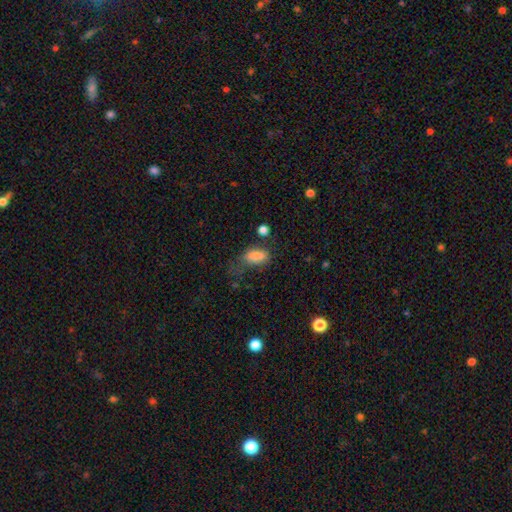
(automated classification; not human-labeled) Smooth or featured: smooth — 81% (star or artifact — 10%)
How rounded: in between — 86% (cigar-shaped — 8%)
Merging: none — 33% (minor disturbance — 32%)